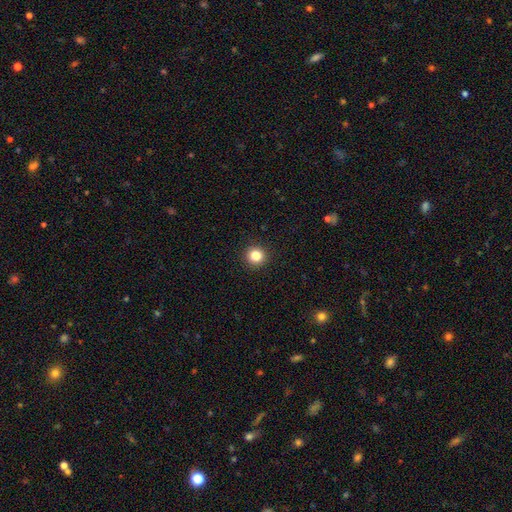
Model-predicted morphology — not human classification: This is clearly a smooth galaxy (83%). How rounded: clearly round (95%). Merging: clearly none (93%).